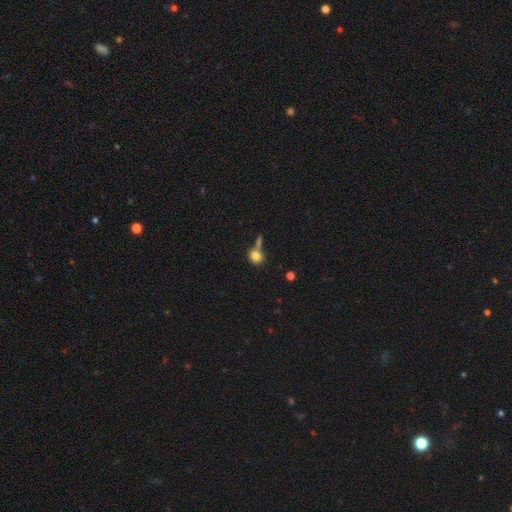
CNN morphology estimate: A smooth galaxy with no disk features (79%) that is round (73%).

Vote fractions:
- Smooth or featured? smooth: 79% / featured or disk: 11% / star or artifact: 10%
- How rounded? round: 73% / in between: 25% / cigar-shaped: 2%
- Merging? none: 48% / merger: 28% / minor disturbance: 15% / major disturbance: 9%